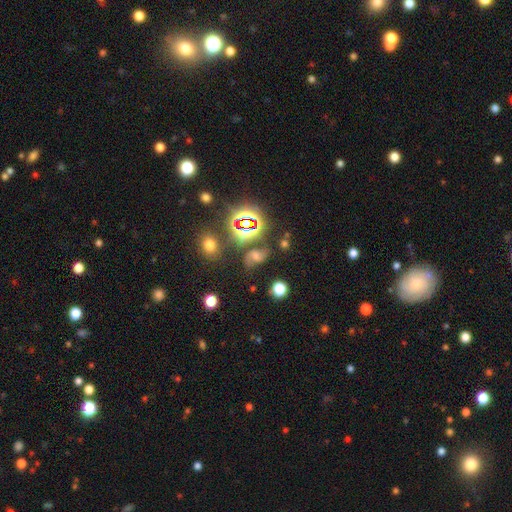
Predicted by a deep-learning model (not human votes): Smooth or featured? Predicted: featured or disk (p=0.46). Merging? Predicted: none (p=0.59).